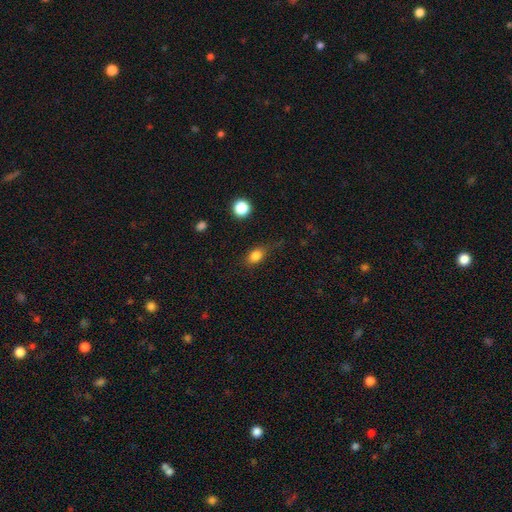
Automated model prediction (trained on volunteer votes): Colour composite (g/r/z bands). It shows a smooth galaxy with no disk features (82%) that is in between round and cigar-shaped (71%). Merging: none (67%).